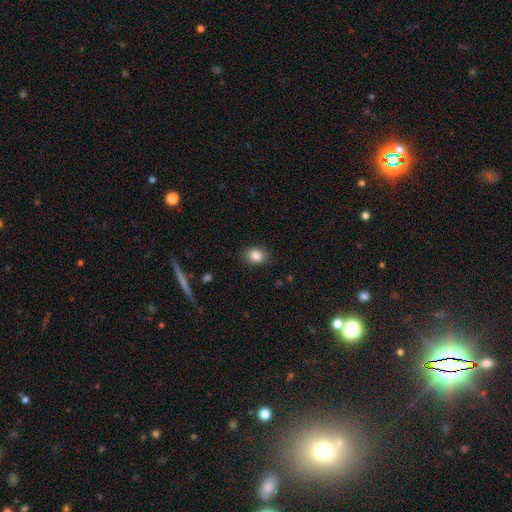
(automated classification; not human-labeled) Smooth or featured: smooth — 85% (star or artifact — 9%)
How rounded: in between — 50% (round — 48%)
Merging: none — 86% (minor disturbance — 10%)